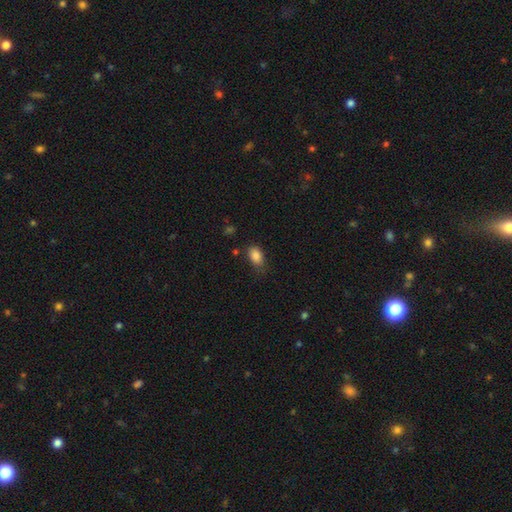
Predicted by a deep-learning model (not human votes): Smooth or featured?
  - smooth: 86% *
  - star or artifact: 9%
  - featured or disk: 5%
How rounded?
  - in between: 87% *
  - round: 11%
  - cigar-shaped: 2%
Merging?
  - none: 70% *
  - minor disturbance: 23%
  - major disturbance: 5%
  - merger: 2%